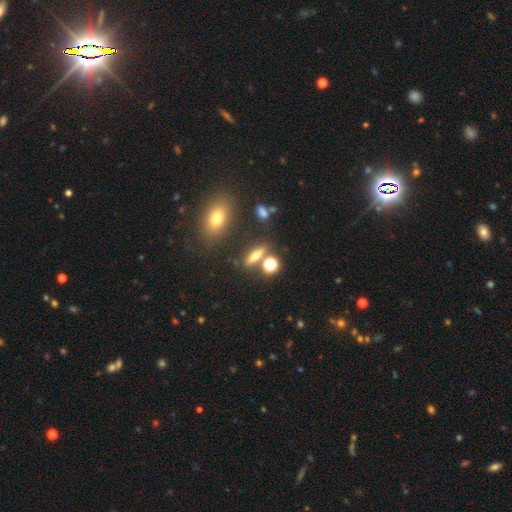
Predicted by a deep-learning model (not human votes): smooth 58%, featured or disk 24%, star or artifact 18%. Down the decision tree: how rounded — cigar-shaped (47%); merging — none (72%).